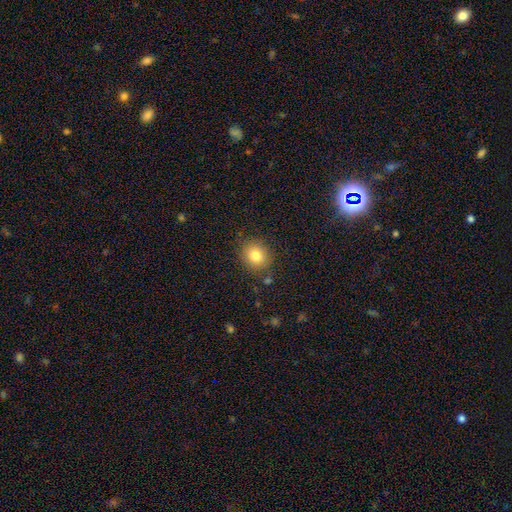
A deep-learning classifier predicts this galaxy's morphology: Q: Smooth or featured?
A: smooth (81%); runner-up: star or artifact (11%)
Q: How rounded?
A: round (74%); runner-up: in between (25%)
Q: Merging?
A: none (83%); runner-up: minor disturbance (11%)